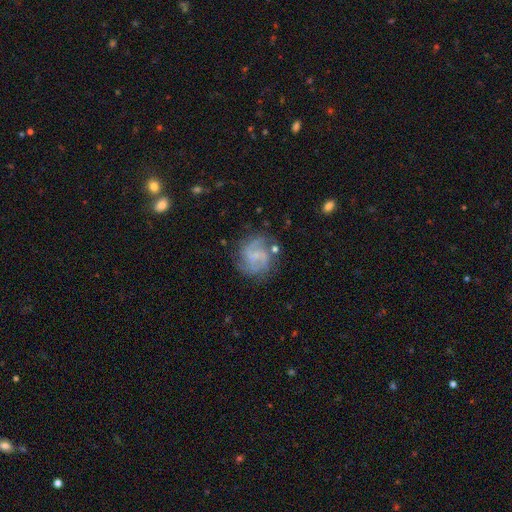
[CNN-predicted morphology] Q: Smooth or featured?
A: featured or disk (76%); runner-up: smooth (16%)
Q: Edge-on disk?
A: no (98%); runner-up: yes (2%)
Q: Bar?
A: weak (45%); tied with: no (45%)
Q: Spiral arms?
A: yes (92%); runner-up: no (8%)
Q: Spiral winding?
A: medium (49%); runner-up: tight (29%)
Q: Spiral arm count?
A: 2 (47%); runner-up: 3 (22%)
Q: Bulge size?
A: small (52%); runner-up: none (31%)
Q: Merging?
A: none (69%); runner-up: minor disturbance (17%)